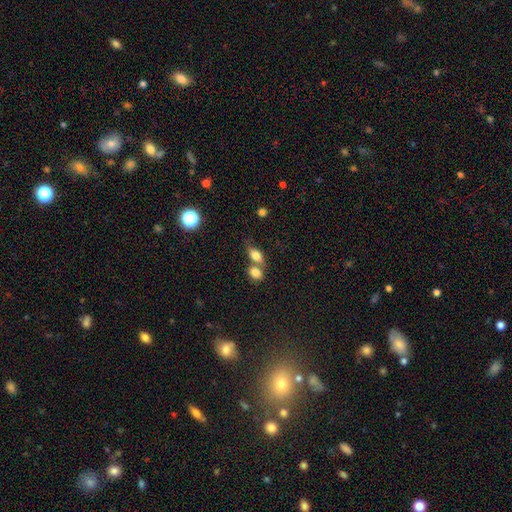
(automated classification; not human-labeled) Overall: smooth (79%). How rounded: in between (81%). Merging: merger (52%; none 34%).